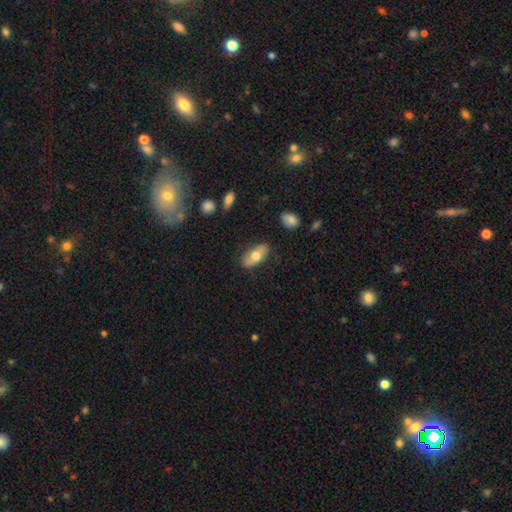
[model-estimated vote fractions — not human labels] A smooth galaxy with no disk features (67%) that is in between round and cigar-shaped (86%).

Vote fractions:
- Smooth or featured? smooth: 67% / featured or disk: 27% / star or artifact: 6%
- How rounded? in between: 86% / cigar-shaped: 10% / round: 4%
- Merging? none: 83% / minor disturbance: 12% / major disturbance: 3% / merger: 2%